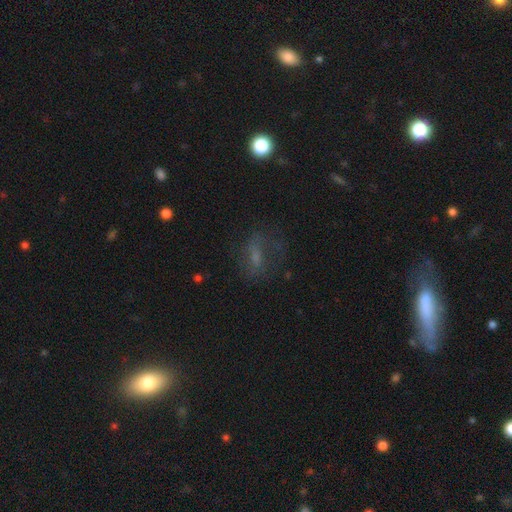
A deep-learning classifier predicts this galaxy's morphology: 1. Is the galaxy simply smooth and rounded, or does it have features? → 42% smooth, 37% featured or disk, 21% star or artifact.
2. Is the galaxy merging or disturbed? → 56% none, 23% major disturbance, 19% minor disturbance, 2% merger.